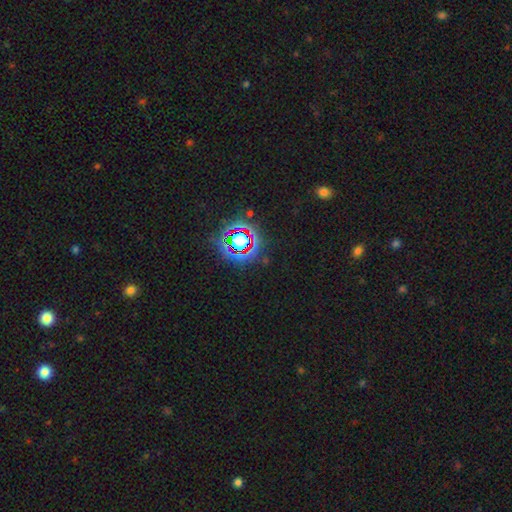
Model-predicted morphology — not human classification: smooth_or_featured: star or artifact (p=0.77) [alt: smooth p=0.15]